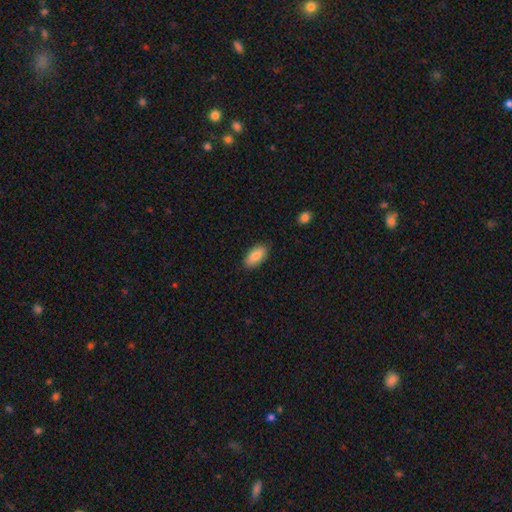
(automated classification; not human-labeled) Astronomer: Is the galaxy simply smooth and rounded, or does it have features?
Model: smooth — 85%.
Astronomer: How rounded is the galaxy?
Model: in between — 90%.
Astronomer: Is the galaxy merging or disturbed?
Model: none — 87%.